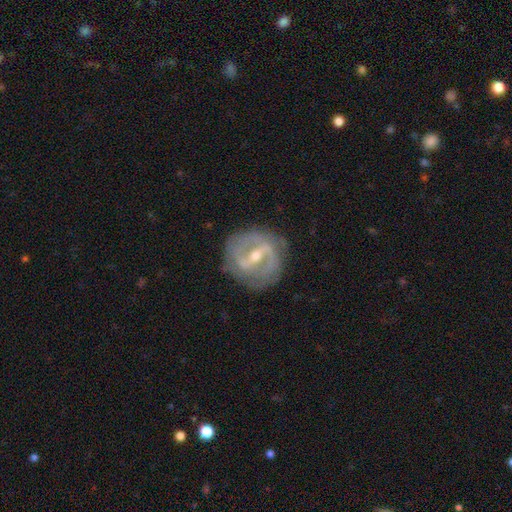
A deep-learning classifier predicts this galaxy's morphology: Smooth or featured?
  - featured or disk: 86% *
  - smooth: 9%
  - star or artifact: 5%
Edge-on disk?
  - no: 95% *
  - yes: 5%
Bar?
  - strong: 59% *
  - weak: 33%
  - no: 9%
Spiral arms?
  - yes: 83% *
  - no: 17%
Spiral winding?
  - medium: 44% *
  - tight: 37%
  - loose: 19%
Spiral arm count?
  - 2: 78% *
  - can't tell: 12%
  - 3: 4%
  - 1: 3%
  - 4: 2%
  - more than 4: 1%
Bulge size?
  - moderate: 55% *
  - small: 41%
  - large: 2%
  - none: 1%
  - dominant: 1%
Merging?
  - none: 79% *
  - minor disturbance: 14%
  - major disturbance: 6%
  - merger: 1%